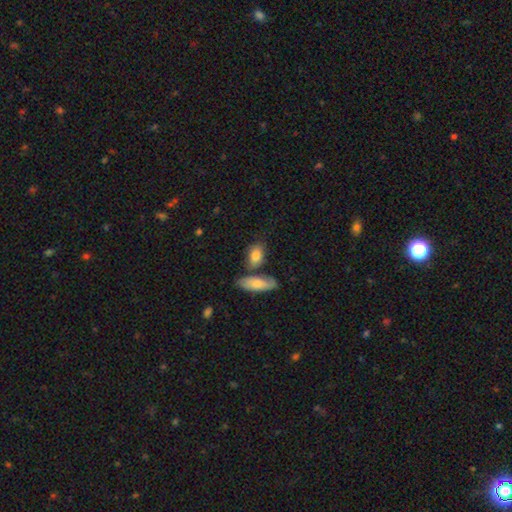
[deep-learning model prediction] Overall: smooth (80%). How rounded: in between (80%). Merging: none (63%).